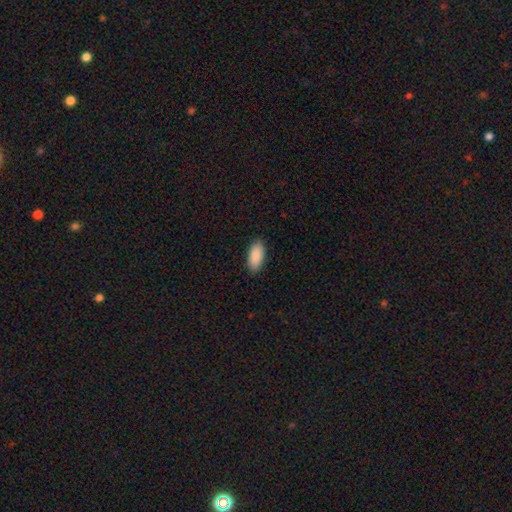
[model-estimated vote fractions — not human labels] Smooth or featured? Predicted: smooth (p=0.91). How rounded? Predicted: in between (p=0.91). Merging? Predicted: none (p=0.89).